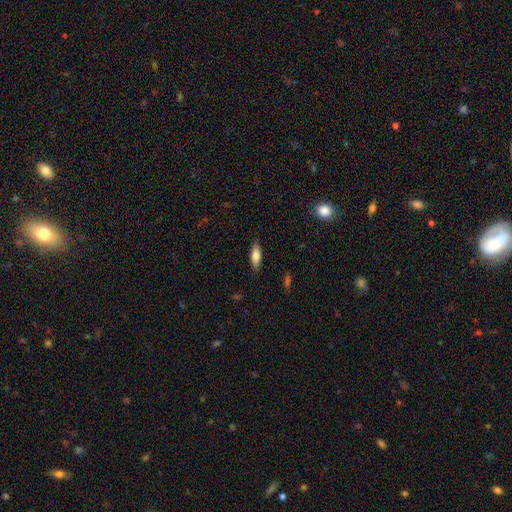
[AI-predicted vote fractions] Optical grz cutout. It shows a smooth galaxy with no disk features (74%) that is in between round and cigar-shaped (56%). Merging: none (86%).